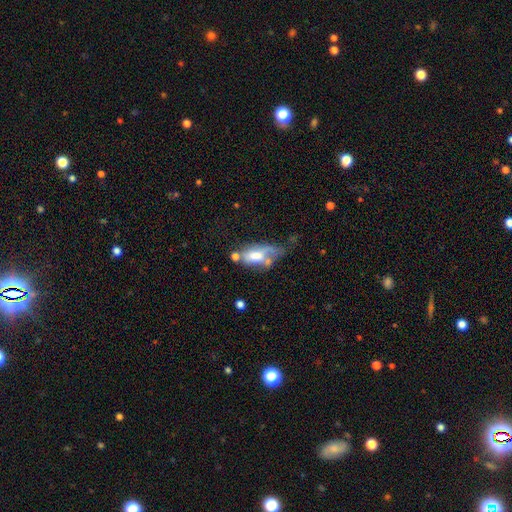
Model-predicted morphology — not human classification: This is possibly a smooth galaxy (51%). How rounded: clearly in between (85%). Merging: marginally major disturbance (32%).